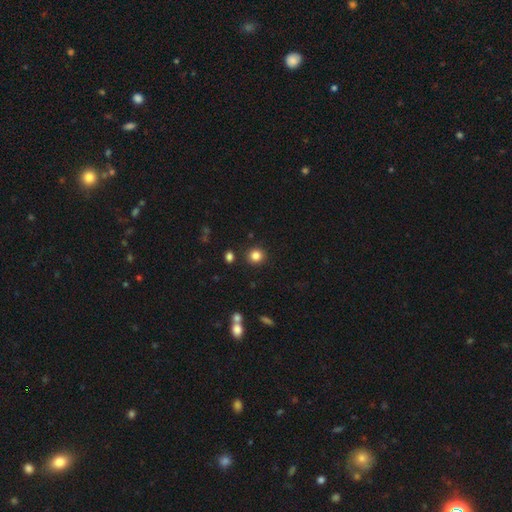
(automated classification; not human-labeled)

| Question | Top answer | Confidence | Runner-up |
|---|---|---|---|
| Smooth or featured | smooth | 84% | star or artifact (12%) |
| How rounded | round | 90% | in between (9%) |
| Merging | none | 89% | minor disturbance (6%) |